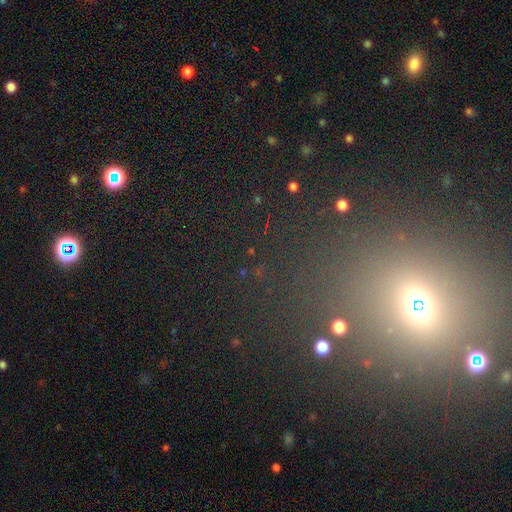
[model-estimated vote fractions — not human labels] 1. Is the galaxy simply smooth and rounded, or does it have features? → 52% star or artifact, 37% smooth, 12% featured or disk.